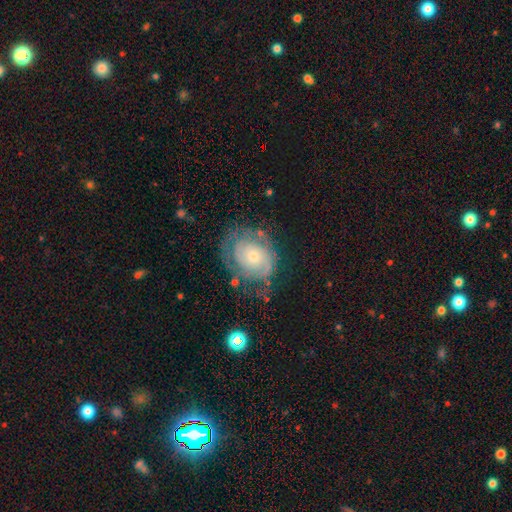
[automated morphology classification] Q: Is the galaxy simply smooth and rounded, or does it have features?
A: featured or disk — 77%.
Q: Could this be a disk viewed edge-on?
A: no — 97%.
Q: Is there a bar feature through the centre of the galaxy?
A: no — 77%.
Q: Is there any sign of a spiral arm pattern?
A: yes — 88%.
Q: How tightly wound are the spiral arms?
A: tight — 70%.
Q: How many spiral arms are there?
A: can't tell — 39%.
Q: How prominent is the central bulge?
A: small — 52%.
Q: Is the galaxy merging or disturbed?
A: none — 67%.